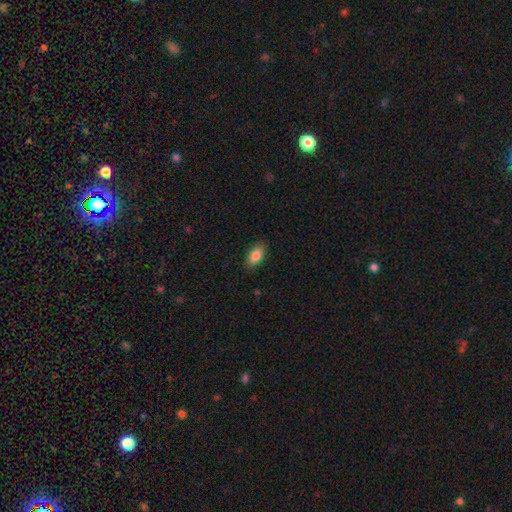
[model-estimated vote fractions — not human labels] A smooth galaxy with no disk features (85%) that is in between round and cigar-shaped (91%).

Vote fractions:
- Smooth or featured? smooth: 85% / featured or disk: 8% / star or artifact: 7%
- How rounded? in between: 91% / cigar-shaped: 5% / round: 4%
- Merging? none: 88% / minor disturbance: 9% / major disturbance: 2% / merger: 1%